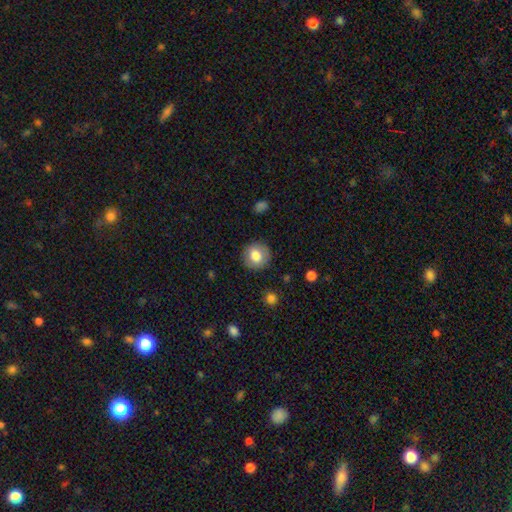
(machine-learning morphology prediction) Overall: smooth (78%). How rounded: round (88%). Merging: none (87%).